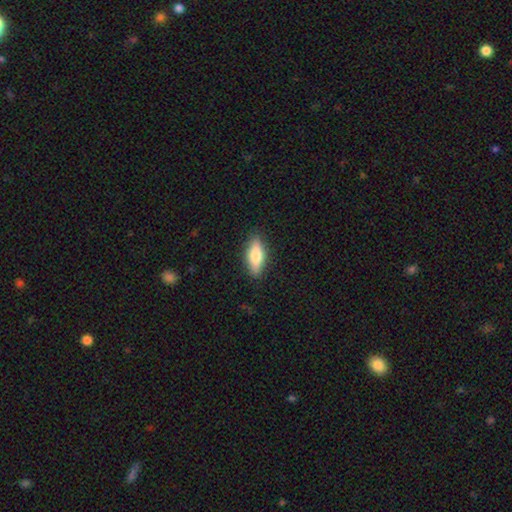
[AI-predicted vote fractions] The model was most divided on "how rounded": in between: 63%, cigar-shaped: 34%, round: 3%. More confident: merging — none (87%); smooth or featured — smooth (66%).